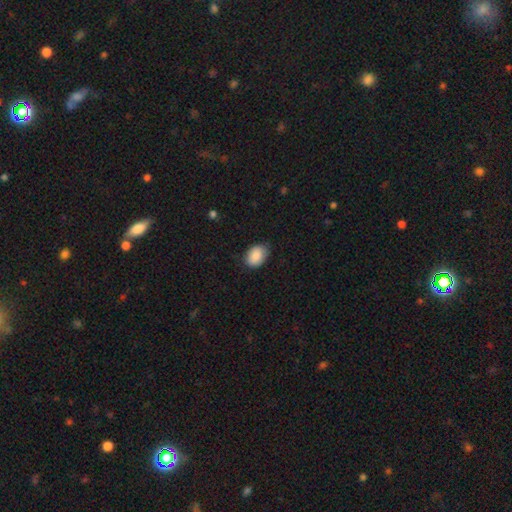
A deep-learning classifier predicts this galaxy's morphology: Smooth or featured?
  - smooth: 88% *
  - star or artifact: 7%
  - featured or disk: 5%
How rounded?
  - in between: 78% *
  - round: 21%
  - cigar-shaped: 1%
Merging?
  - none: 77% *
  - minor disturbance: 19%
  - major disturbance: 3%
  - merger: 1%